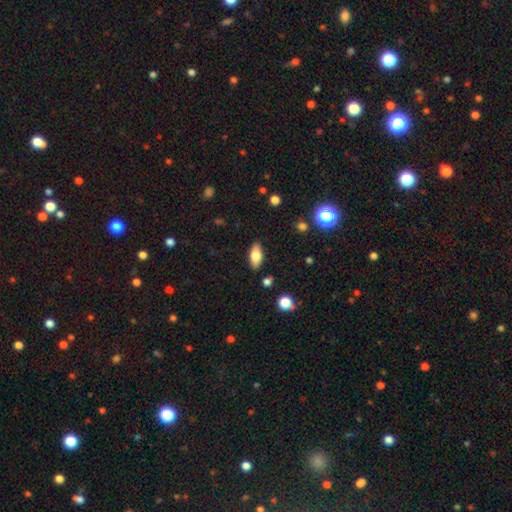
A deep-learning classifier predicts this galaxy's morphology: Smooth or featured? Predicted: smooth (p=0.73). How rounded? Predicted: in between (p=0.84). Merging? Predicted: none (p=0.87).